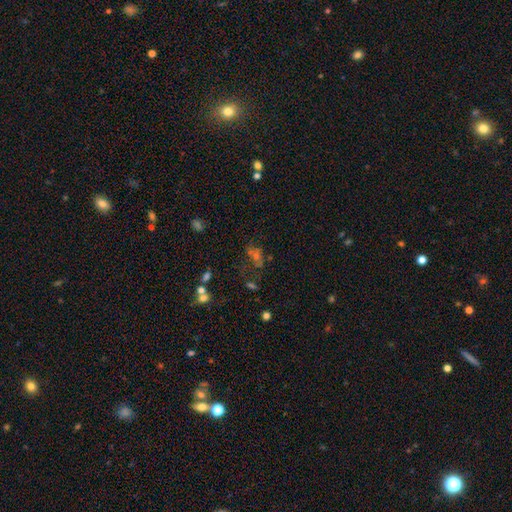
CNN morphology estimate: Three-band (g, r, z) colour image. It shows a star or artifact, not a galaxy (44%).